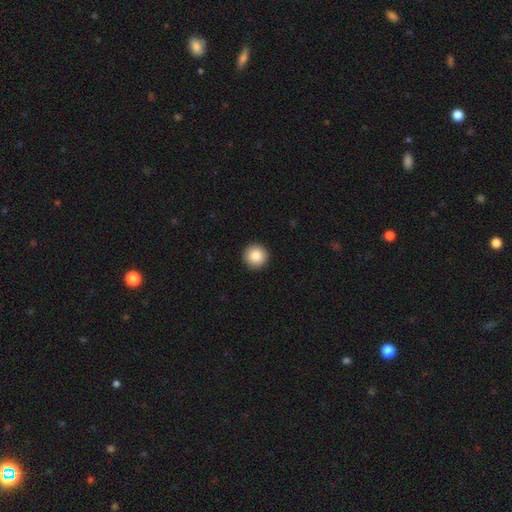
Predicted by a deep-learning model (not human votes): smooth 87%, star or artifact 8%, featured or disk 5%. Down the decision tree: how rounded — round (96%); merging — none (93%).